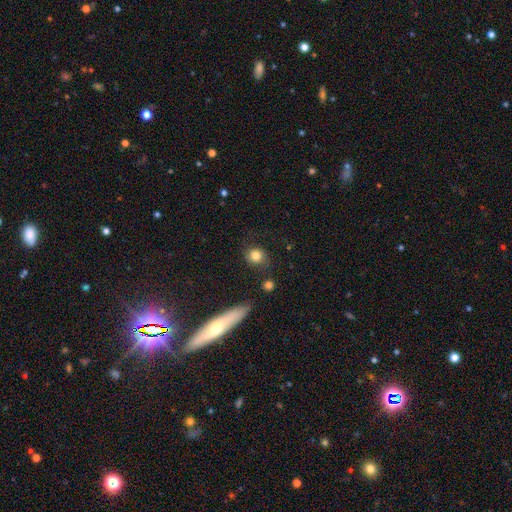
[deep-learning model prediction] Smooth or featured: smooth — 81% (star or artifact — 10%)
How rounded: round — 80% (in between — 18%)
Merging: none — 76% (minor disturbance — 15%)